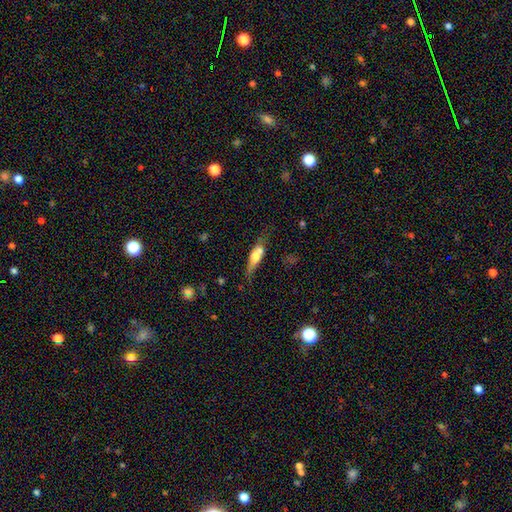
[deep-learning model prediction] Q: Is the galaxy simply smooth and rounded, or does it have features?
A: smooth — 50%.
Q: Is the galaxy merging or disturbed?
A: none — 46%.